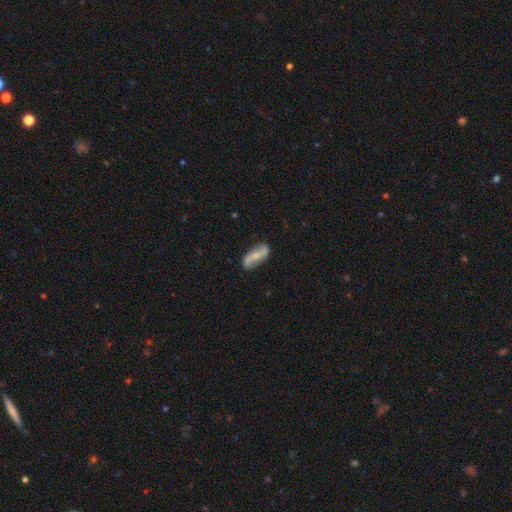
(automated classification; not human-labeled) Smooth or featured? featured or disk (65%)
Edge-on disk? no (90%)
Bar? no (38%)
Spiral arms? yes (86%)
Bulge size? small (57%)
Merging? none (75%)